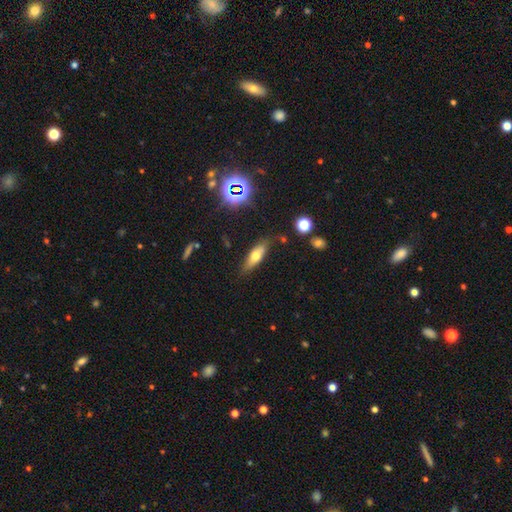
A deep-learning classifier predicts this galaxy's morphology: The model was most divided on "how rounded": in between: 57%, cigar-shaped: 40%, round: 3%. More confident: merging — none (76%); smooth or featured — smooth (61%).